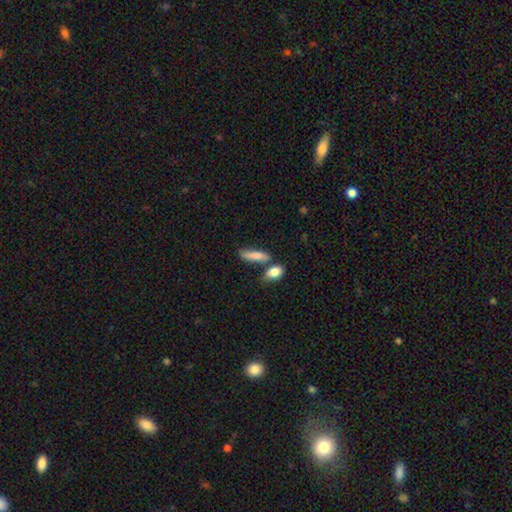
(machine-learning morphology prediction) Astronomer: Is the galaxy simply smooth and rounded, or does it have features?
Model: smooth — 80%.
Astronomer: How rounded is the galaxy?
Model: cigar-shaped — 60% (runner-up: in between, 37%).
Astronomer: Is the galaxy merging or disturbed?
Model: none — 53%.